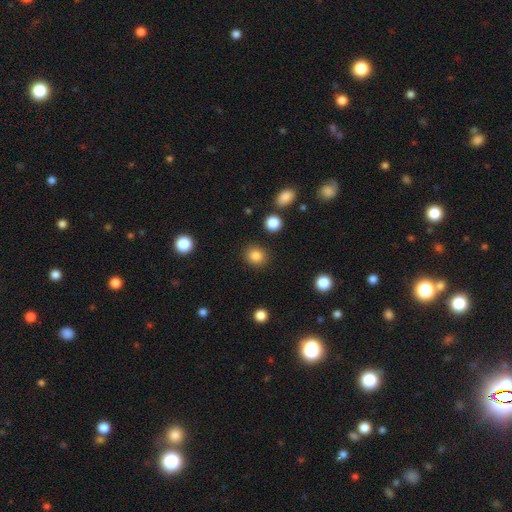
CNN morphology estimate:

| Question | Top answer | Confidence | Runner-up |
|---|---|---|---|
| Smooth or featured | smooth | 85% | star or artifact (11%) |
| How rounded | round | 82% | in between (17%) |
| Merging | none | 88% | minor disturbance (7%) |